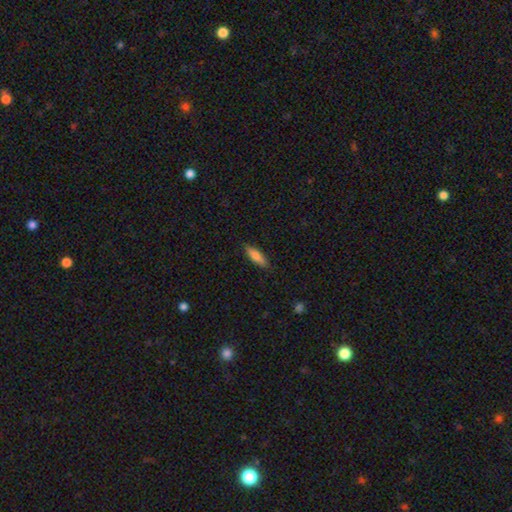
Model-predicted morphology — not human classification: The model was most divided on "how rounded": cigar-shaped: 59%, in between: 39%, round: 2%. More confident: merging — none (87%); smooth or featured — smooth (77%).